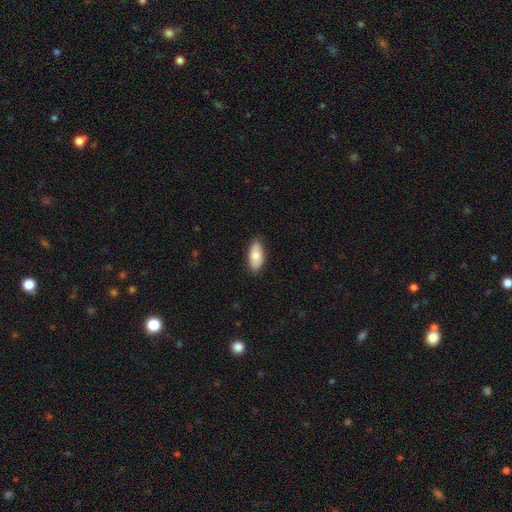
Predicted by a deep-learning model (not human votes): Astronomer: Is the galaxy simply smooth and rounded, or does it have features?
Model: smooth — 77%.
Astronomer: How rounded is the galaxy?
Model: in between — 91%.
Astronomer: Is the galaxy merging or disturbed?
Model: none — 83%.